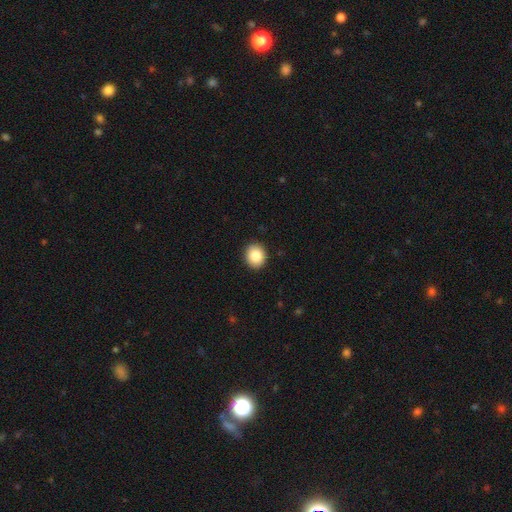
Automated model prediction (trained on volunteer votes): smooth-or-featured: smooth: 86% | star or artifact: 8% | featured or disk: 6%
  how-rounded: round: 76% | in between: 23% | cigar-shaped: 1%
  merging: none: 92% | minor disturbance: 6% | major disturbance: 2% | merger: 1%